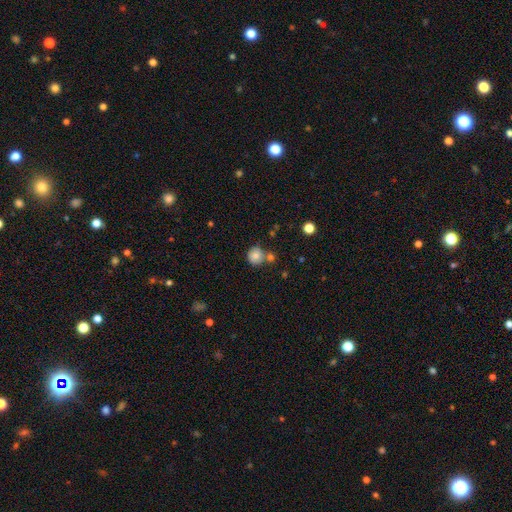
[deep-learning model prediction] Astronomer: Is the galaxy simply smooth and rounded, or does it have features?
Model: smooth — 80%.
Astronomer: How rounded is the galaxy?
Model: round — 90%.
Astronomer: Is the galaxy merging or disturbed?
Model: none — 65%.